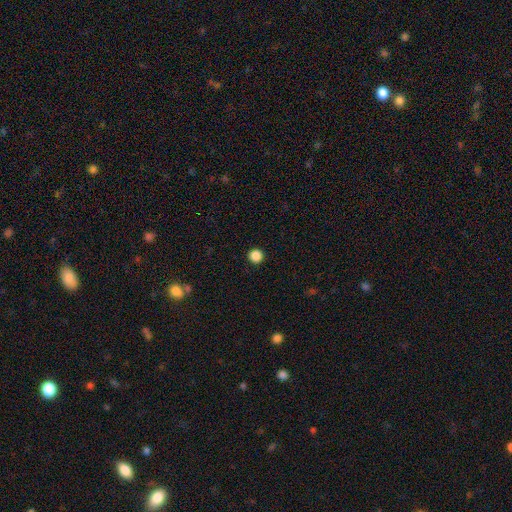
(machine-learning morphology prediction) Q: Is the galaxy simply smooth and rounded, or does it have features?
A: smooth — 86%.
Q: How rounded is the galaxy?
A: round — 96%.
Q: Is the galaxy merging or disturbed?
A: none — 94%.